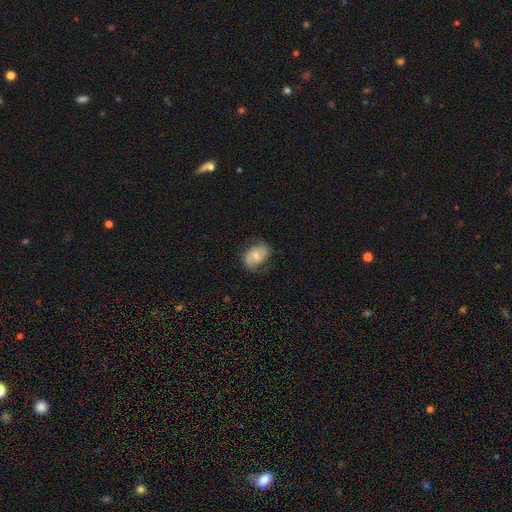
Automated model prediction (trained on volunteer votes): The model was most divided on "smooth or featured": smooth: 51%, featured or disk: 41%, star or artifact: 7%. More confident: how rounded — in between (79%); merging — none (70%).